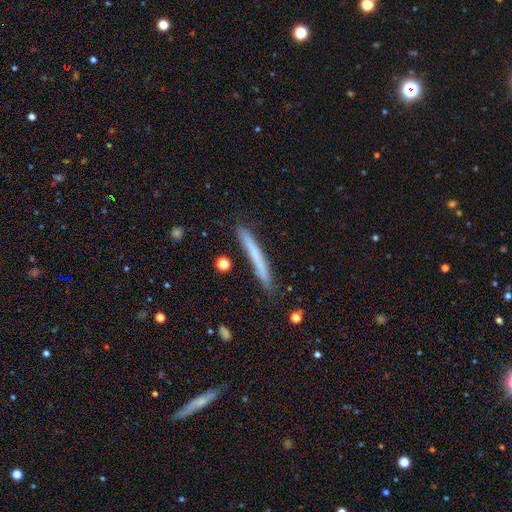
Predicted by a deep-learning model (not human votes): smooth-or-featured: smooth: 64% | featured or disk: 29% | star or artifact: 7%
  how-rounded: cigar-shaped: 97% | in between: 2% | round: 1%
  merging: none: 86% | minor disturbance: 11% | major disturbance: 2% | merger: 2%